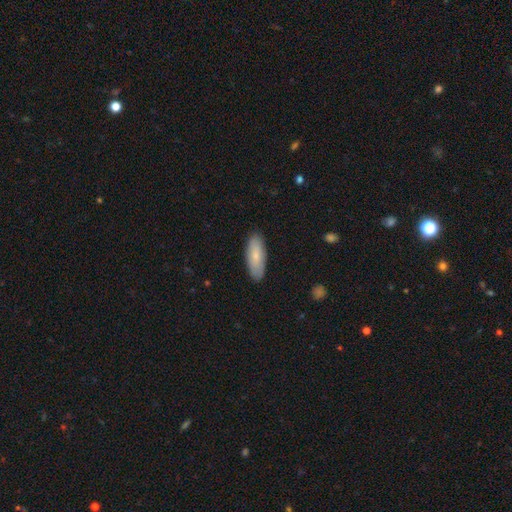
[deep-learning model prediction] The model was most divided on "how rounded": in between: 70%, cigar-shaped: 29%, round: 2%. More confident: merging — none (88%); smooth or featured — smooth (79%).